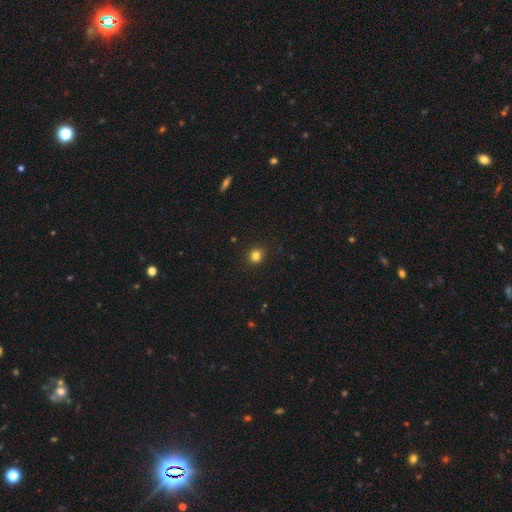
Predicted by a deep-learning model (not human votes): smooth_or_featured: smooth (p=0.82) [alt: star or artifact p=0.13]
how_rounded: round (p=0.85) [alt: in between p=0.14]
merging: none (p=0.90) [alt: minor disturbance p=0.07]